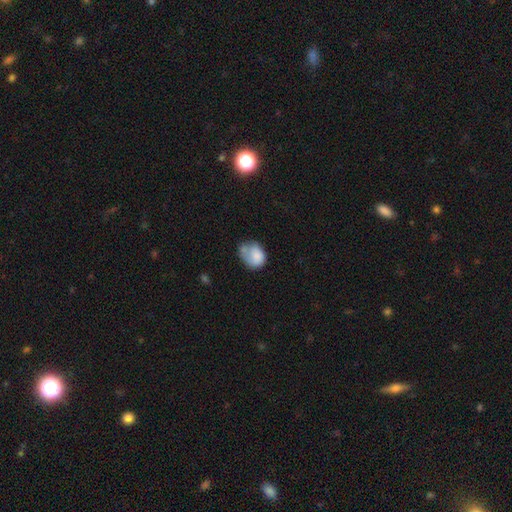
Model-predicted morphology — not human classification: This is likely a smooth galaxy (74%). How rounded: possibly in between (59%). Merging: marginally none (33%).